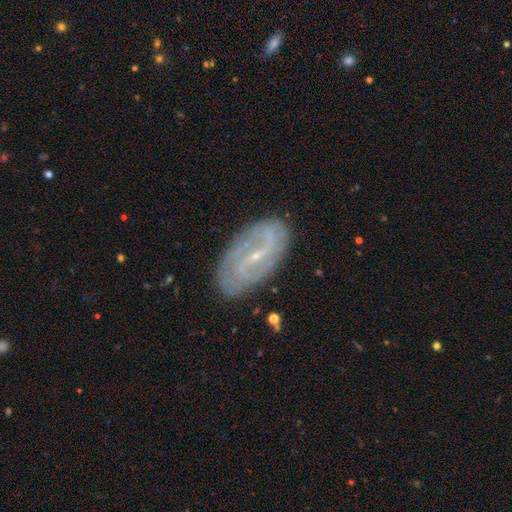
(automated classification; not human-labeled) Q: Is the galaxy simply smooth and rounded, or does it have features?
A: featured or disk — 82%.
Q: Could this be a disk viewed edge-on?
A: no — 94%.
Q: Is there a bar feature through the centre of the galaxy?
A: weak — 45%.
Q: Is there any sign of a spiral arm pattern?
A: yes — 91%.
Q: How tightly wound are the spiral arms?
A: tight — 39%, tied with medium.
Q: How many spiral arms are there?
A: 2 — 63%.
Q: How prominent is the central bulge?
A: small — 84%.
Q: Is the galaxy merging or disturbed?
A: none — 82%.